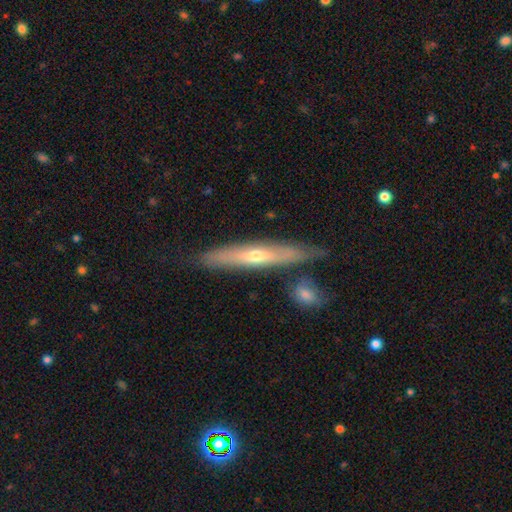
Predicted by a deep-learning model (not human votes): Smooth or featured: featured or disk — 62% (smooth — 31%)
Edge-on disk: yes — 83% (no — 17%)
Edge-on bulge: rounded — 74% (none — 24%)
Merging: none — 77% (minor disturbance — 14%)